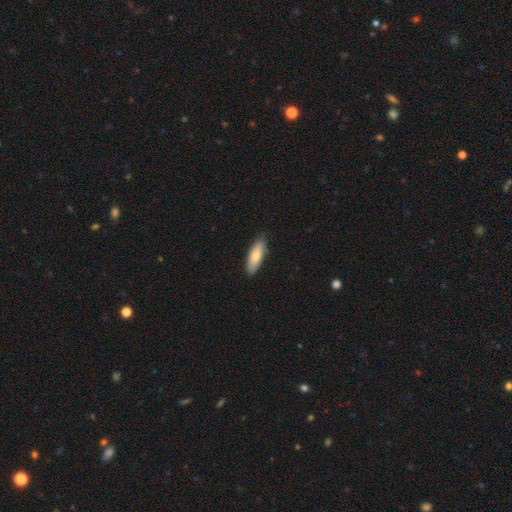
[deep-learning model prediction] Morphology: type=smooth (77%); roundness=in between (60%); merging=none (85%).